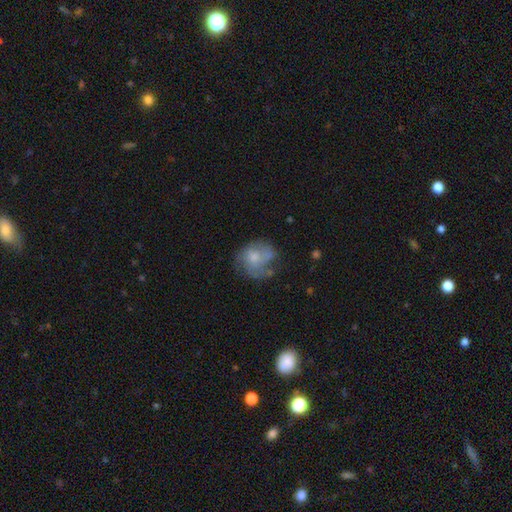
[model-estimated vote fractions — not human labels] The model was most divided on "bulge size": moderate: 47%, small: 36%, none: 10%, large: 6%, dominant: 1%. More confident: edge-on disk — no (97%); bar — no (79%); spiral arms — yes (72%); smooth or featured — featured or disk (55%); merging — none (54%).